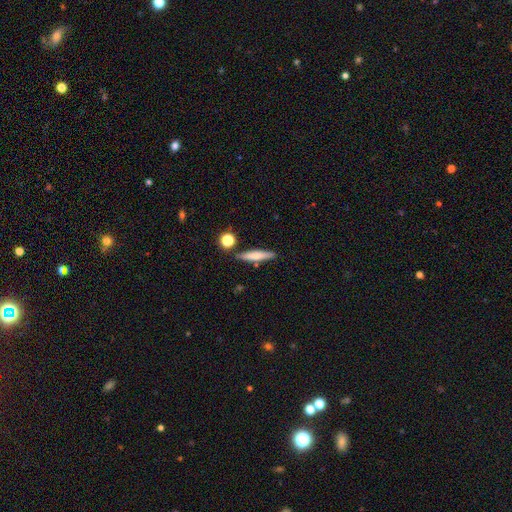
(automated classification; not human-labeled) This is likely a smooth galaxy (67%). How rounded: clearly cigar-shaped (86%). Merging: clearly none (81%).